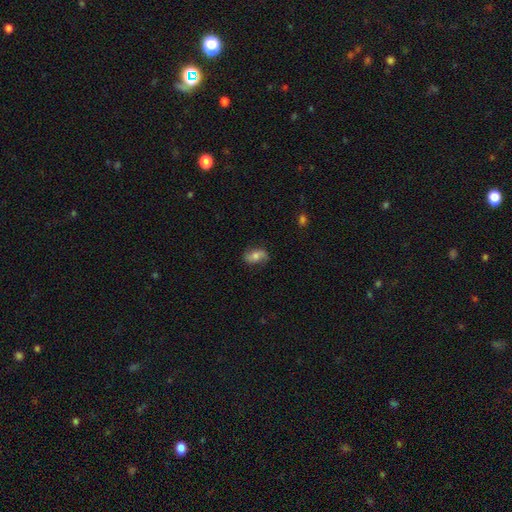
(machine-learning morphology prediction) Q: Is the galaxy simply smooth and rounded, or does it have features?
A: smooth — 52%.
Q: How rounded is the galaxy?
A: in between — 83%.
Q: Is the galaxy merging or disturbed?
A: none — 75%.